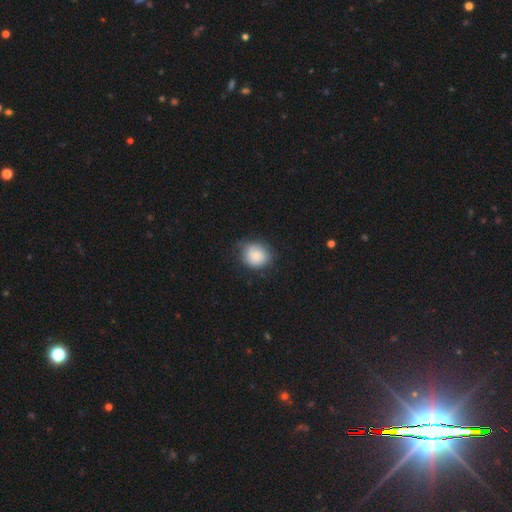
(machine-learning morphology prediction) Smooth or featured? smooth (84%)
How rounded? round (74%)
Merging? none (69%)